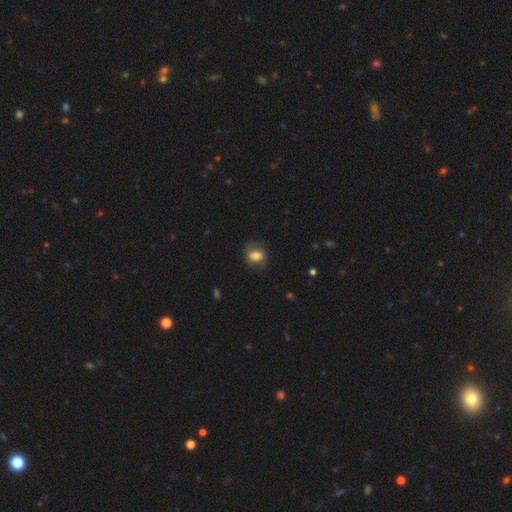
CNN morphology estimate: Smooth or featured?
  - smooth: 64% *
  - featured or disk: 28%
  - star or artifact: 8%
How rounded?
  - round: 50% *
  - in between: 49%
  - cigar-shaped: 1%
Merging?
  - none: 67% *
  - minor disturbance: 20%
  - major disturbance: 12%
  - merger: 1%